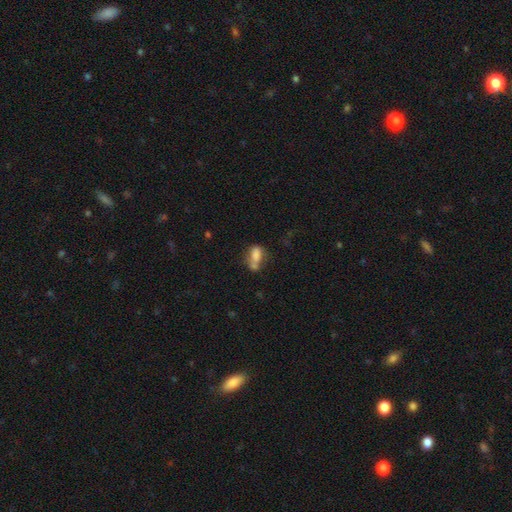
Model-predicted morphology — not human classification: Q: Smooth or featured?
A: smooth (72%); runner-up: featured or disk (16%)
Q: How rounded?
A: in between (80%); runner-up: round (12%)
Q: Merging?
A: merger (37%); runner-up: none (32%)